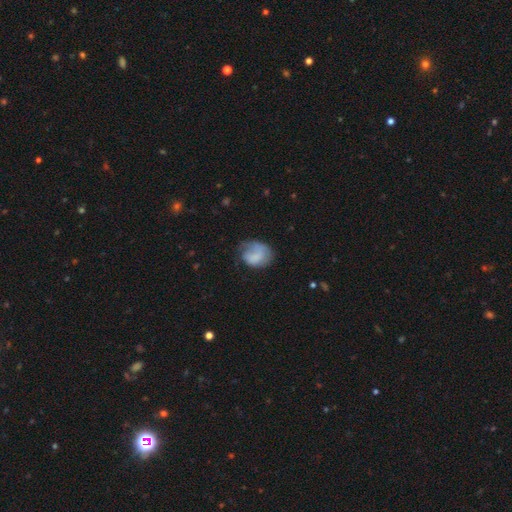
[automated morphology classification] type=smooth (62%); roundness=in between (54%); merging=none (38%).